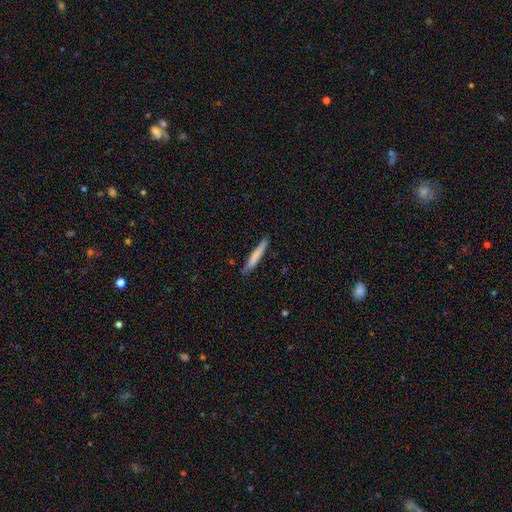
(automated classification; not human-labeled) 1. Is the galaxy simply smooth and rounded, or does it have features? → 75% smooth, 19% featured or disk, 5% star or artifact.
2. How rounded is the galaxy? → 94% cigar-shaped, 5% in between, 1% round.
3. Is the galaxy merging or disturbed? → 84% none, 13% minor disturbance, 2% major disturbance, 2% merger.